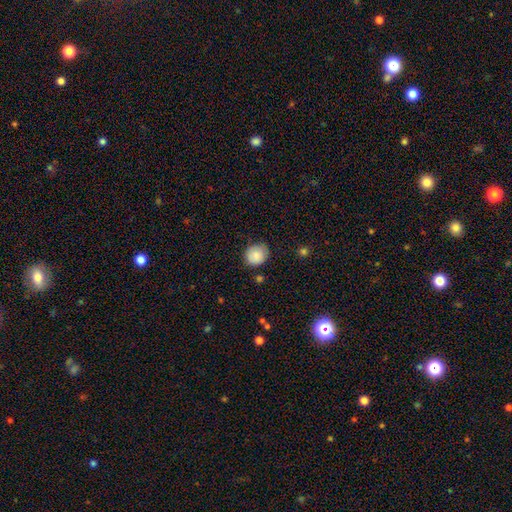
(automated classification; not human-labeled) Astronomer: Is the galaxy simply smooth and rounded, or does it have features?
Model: smooth — 86%.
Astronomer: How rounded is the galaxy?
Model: round — 78%.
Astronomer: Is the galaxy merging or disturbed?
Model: none — 77%.